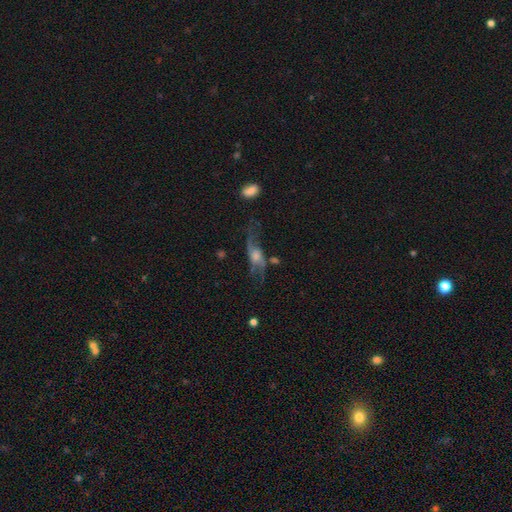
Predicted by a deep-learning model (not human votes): A featured or disk galaxy (71%) with no bar (62%), spiral arms (84%) and a moderate central bulge (41%).

Vote fractions:
- Smooth or featured? featured or disk: 71% / smooth: 17% / star or artifact: 12%
- Edge-on disk? no: 74% / yes: 26%
- Bar? no: 62% / weak: 30% / strong: 8%
- Spiral arms? yes: 84% / no: 16%
- Bulge size? moderate: 41% / small: 30% / large: 16% / none: 11% / dominant: 3%
- Merging? none: 53% / major disturbance: 22% / minor disturbance: 19% / merger: 6%